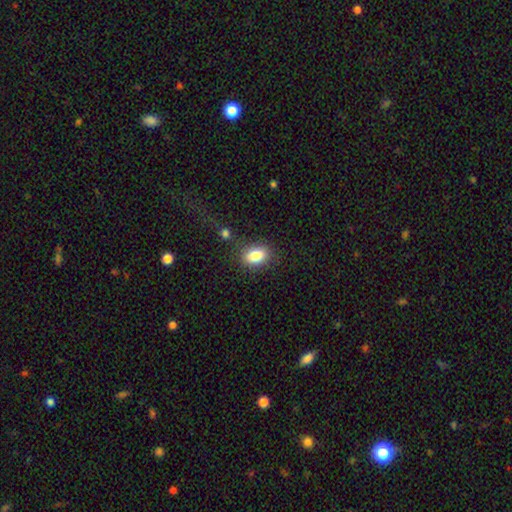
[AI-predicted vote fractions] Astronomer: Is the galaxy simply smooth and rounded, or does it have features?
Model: smooth — 83%.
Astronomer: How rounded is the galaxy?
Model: in between — 81%.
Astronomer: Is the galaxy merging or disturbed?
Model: none — 79%.